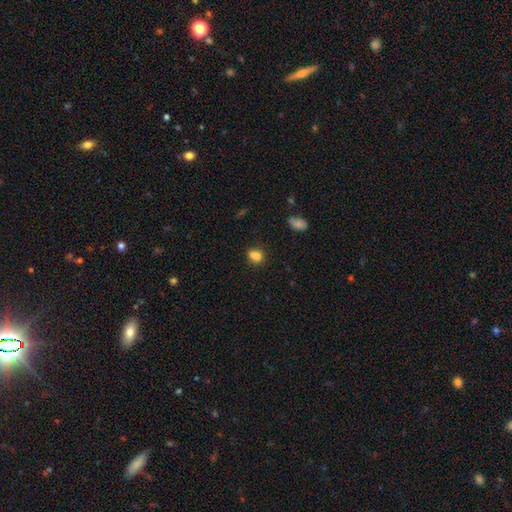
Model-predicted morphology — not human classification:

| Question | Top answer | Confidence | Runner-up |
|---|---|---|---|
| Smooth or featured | smooth | 76% | star or artifact (12%) |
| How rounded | round | 59% | in between (40%) |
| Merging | none | 43% | merger (38%) |